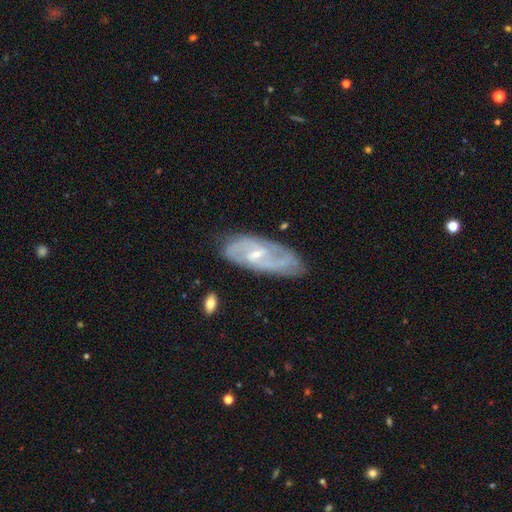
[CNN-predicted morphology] type=featured or disk (77%); edge-on=no (89%); bar=weak (47%); spiral arms=yes (89%); winding=tight (41%, tied with medium); arm count=2 (54%); bulge=small (63%); merging=none (77%).